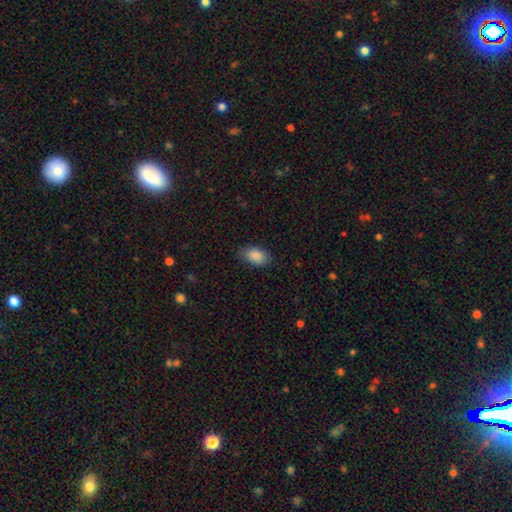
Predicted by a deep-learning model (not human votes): smooth_or_featured: smooth (p=0.89) [alt: star or artifact p=0.07]
how_rounded: in between (p=0.91) [alt: round p=0.08]
merging: none (p=0.81) [alt: minor disturbance p=0.15]